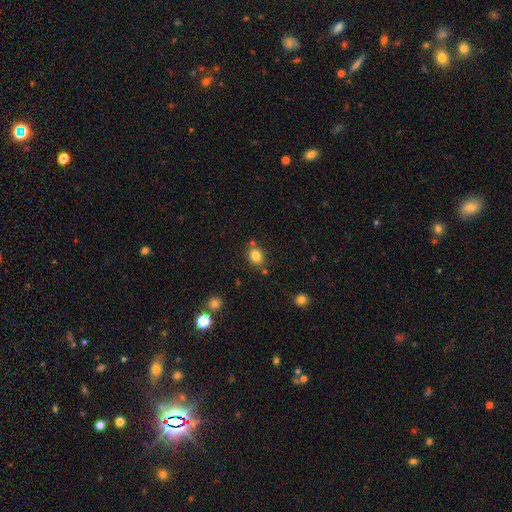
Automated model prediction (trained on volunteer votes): This appears to be a smooth galaxy with no disk features (82%) that is round (60%). Merging: none (77%).